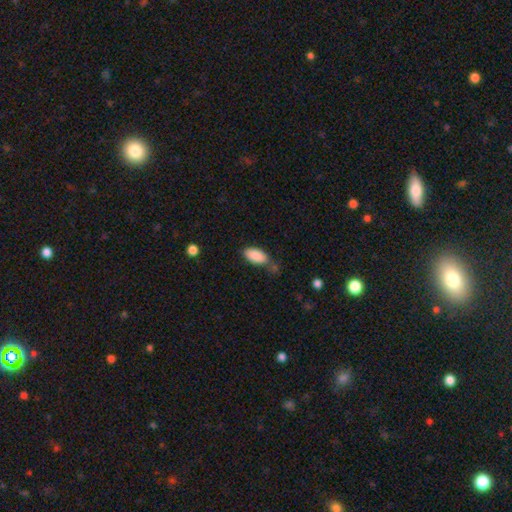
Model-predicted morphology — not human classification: A smooth galaxy with no disk features (89%) that is in between round and cigar-shaped (92%).

Vote fractions:
- Smooth or featured? smooth: 89% / star or artifact: 7% / featured or disk: 4%
- How rounded? in between: 92% / cigar-shaped: 6% / round: 2%
- Merging? none: 62% / minor disturbance: 22% / merger: 10% / major disturbance: 6%